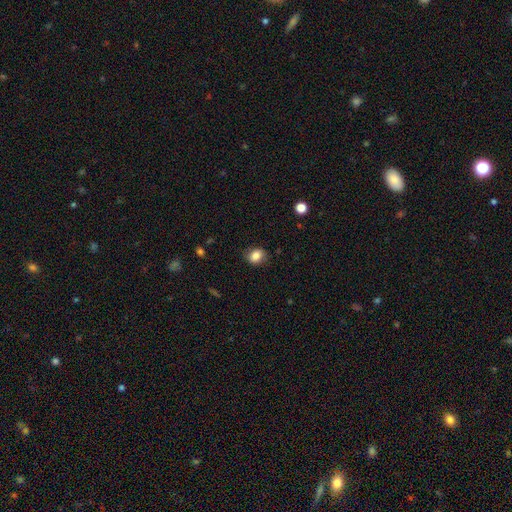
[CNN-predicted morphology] Overall: smooth (83%). How rounded: in between (50%; round 49%). Merging: none (80%).